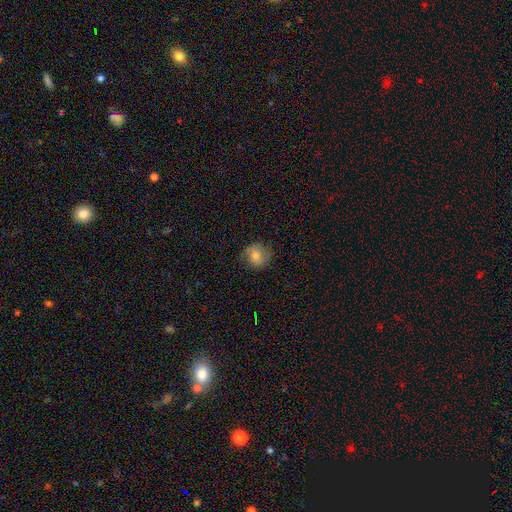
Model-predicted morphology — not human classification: This appears to be a smooth galaxy with no disk features (58%) that is round (83%). Merging: none (73%).